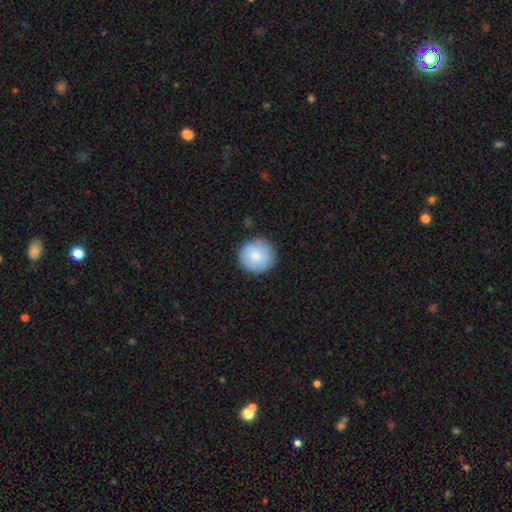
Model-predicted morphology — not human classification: type=smooth (83%); roundness=round (93%); merging=none (85%).